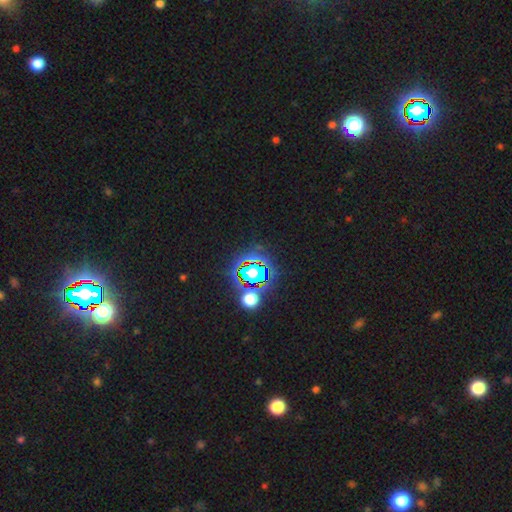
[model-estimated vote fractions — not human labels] Smooth or featured?
  - star or artifact: 82% *
  - smooth: 10%
  - featured or disk: 7%